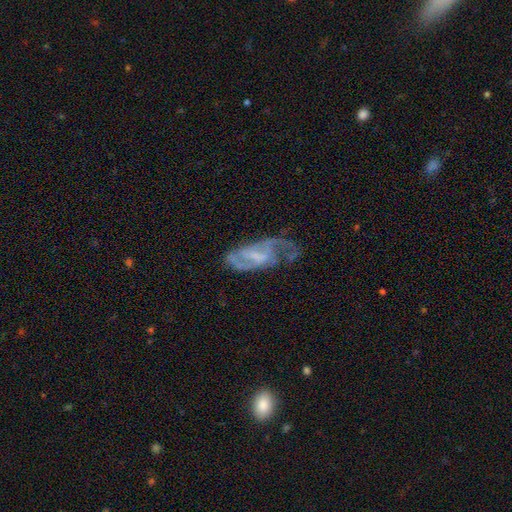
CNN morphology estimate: Smooth or featured? featured or disk (76%)
Edge-on disk? no (92%)
Bar? weak (45%)
Spiral arms? yes (81%)
Spiral winding? medium (45%)
Spiral arm count? 2 (52%)
Bulge size? none (43%)
Merging? none (41%)